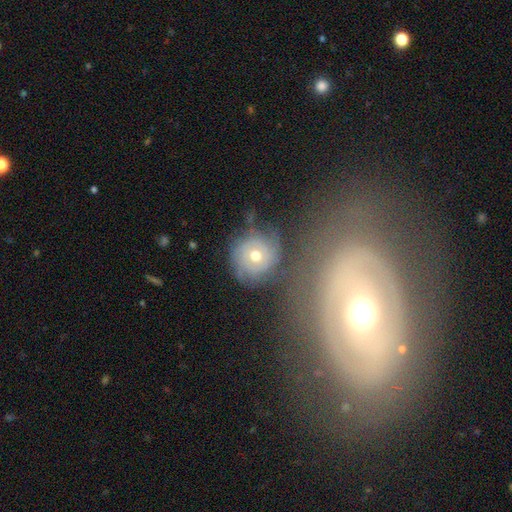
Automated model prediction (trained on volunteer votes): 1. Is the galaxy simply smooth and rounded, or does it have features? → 58% featured or disk, 31% smooth, 11% star or artifact.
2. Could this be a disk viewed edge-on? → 96% no, 4% yes.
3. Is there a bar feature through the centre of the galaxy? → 81% no, 15% weak, 4% strong.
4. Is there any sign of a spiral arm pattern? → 78% yes, 22% no.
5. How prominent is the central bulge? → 77% moderate, 15% small, 5% large, 1% dominant, 1% none.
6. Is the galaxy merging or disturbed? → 67% none, 18% minor disturbance, 10% major disturbance, 6% merger.